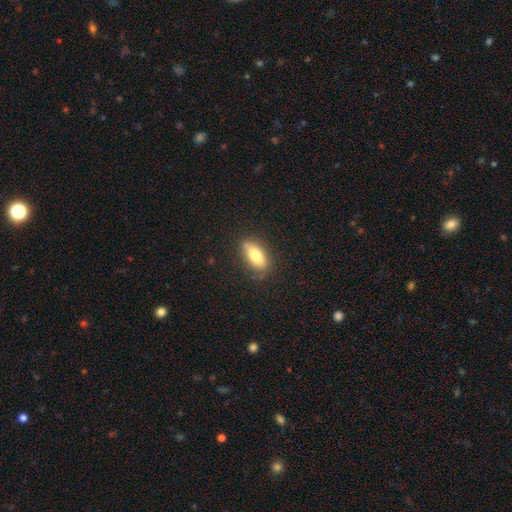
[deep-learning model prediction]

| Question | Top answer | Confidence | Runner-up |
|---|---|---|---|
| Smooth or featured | smooth | 74% | featured or disk (18%) |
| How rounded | in between | 84% | cigar-shaped (12%) |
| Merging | none | 75% | minor disturbance (17%) |